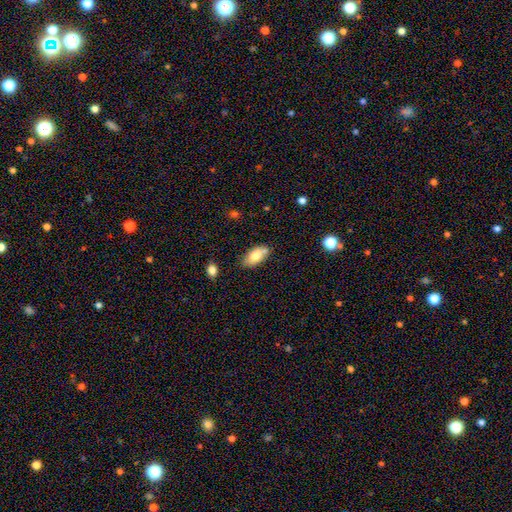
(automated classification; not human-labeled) smooth-or-featured: smooth: 76% | featured or disk: 16% | star or artifact: 7%
  how-rounded: in between: 91% | cigar-shaped: 6% | round: 3%
  merging: none: 71% | minor disturbance: 18% | merger: 8% | major disturbance: 3%